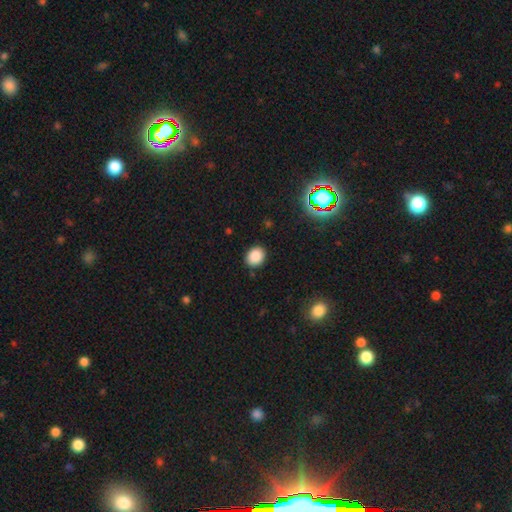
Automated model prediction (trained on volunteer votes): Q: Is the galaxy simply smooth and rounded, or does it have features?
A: smooth — 87%.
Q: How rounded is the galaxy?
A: round — 55%.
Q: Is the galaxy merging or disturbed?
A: none — 88%.